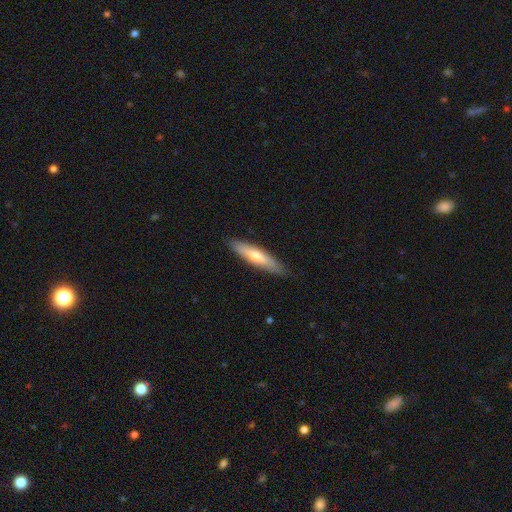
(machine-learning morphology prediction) A smooth galaxy with no disk features (60%) that is cigar-shaped (82%).

Vote fractions:
- Smooth or featured? smooth: 60% / featured or disk: 35% / star or artifact: 6%
- How rounded? cigar-shaped: 82% / in between: 17% / round: 1%
- Merging? none: 86% / minor disturbance: 11% / major disturbance: 2% / merger: 1%